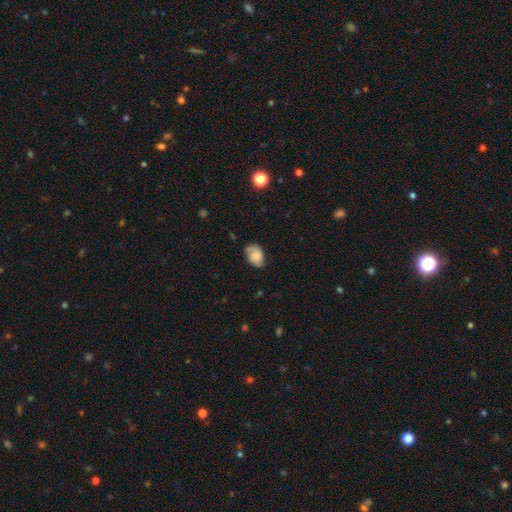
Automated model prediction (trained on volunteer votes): Smooth or featured? smooth (55%)
How rounded? in between (77%)
Merging? none (64%)